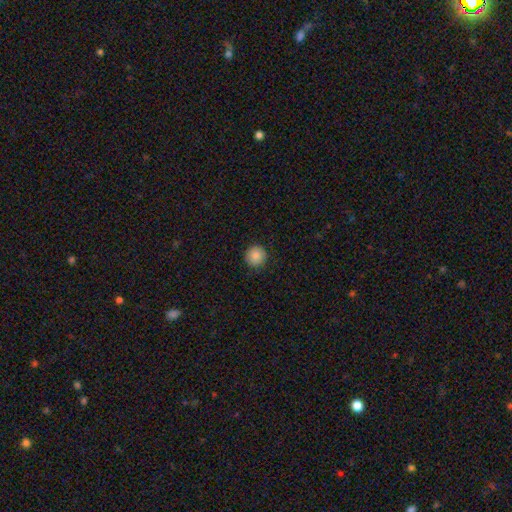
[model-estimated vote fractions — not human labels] The model was most divided on "smooth or featured": smooth: 87%, star or artifact: 9%, featured or disk: 4%. More confident: how rounded — round (95%); merging — none (90%).